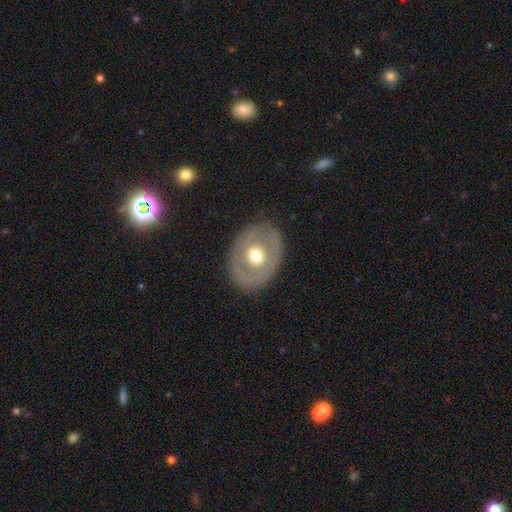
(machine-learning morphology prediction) Smooth or featured?
  - featured or disk: 49% *
  - smooth: 46%
  - star or artifact: 6%
Merging?
  - none: 83% *
  - minor disturbance: 11%
  - major disturbance: 5%
  - merger: 1%